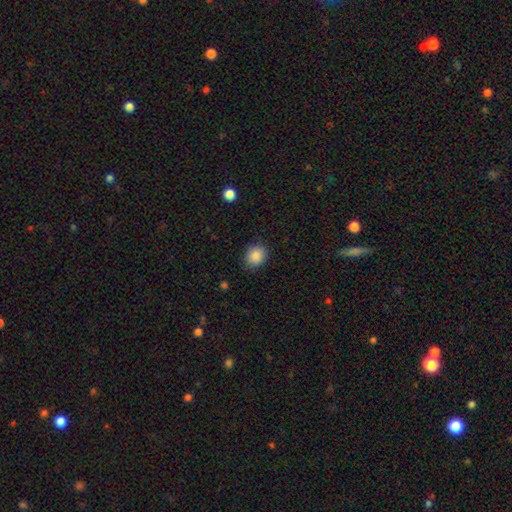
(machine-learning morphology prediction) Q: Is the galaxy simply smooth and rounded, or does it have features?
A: smooth — 88%.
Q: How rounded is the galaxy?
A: round — 62%.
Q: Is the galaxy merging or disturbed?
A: none — 85%.